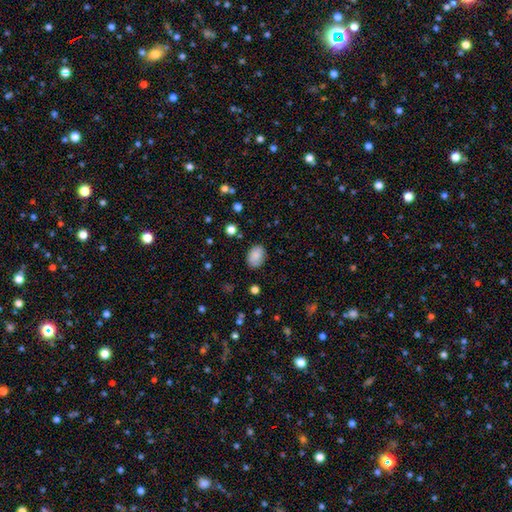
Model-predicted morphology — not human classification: The model was most divided on "how rounded": in between: 78%, round: 21%, cigar-shaped: 1%. More confident: smooth or featured — smooth (87%); merging — none (84%).